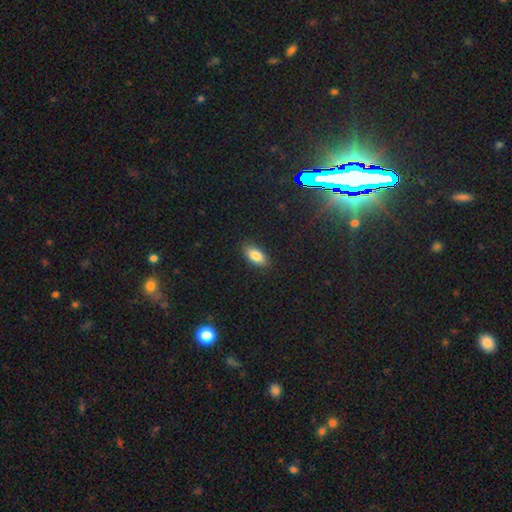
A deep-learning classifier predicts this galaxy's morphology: The model was most divided on "smooth or featured": smooth: 84%, featured or disk: 8%, star or artifact: 8%. More confident: how rounded — in between (90%); merging — none (88%).